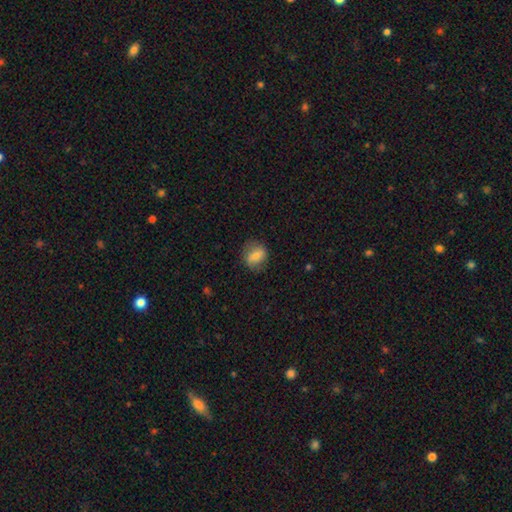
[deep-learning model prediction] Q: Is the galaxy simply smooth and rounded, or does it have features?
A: smooth — 68%.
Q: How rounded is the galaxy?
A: round — 59%.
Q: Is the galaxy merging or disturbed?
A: none — 76%.